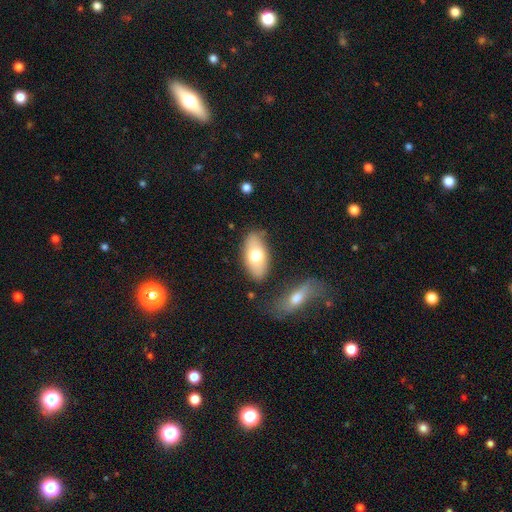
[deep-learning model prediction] Smooth or featured? Predicted: smooth (p=0.70). How rounded? Predicted: in between (p=0.92). Merging? Predicted: none (p=0.78).